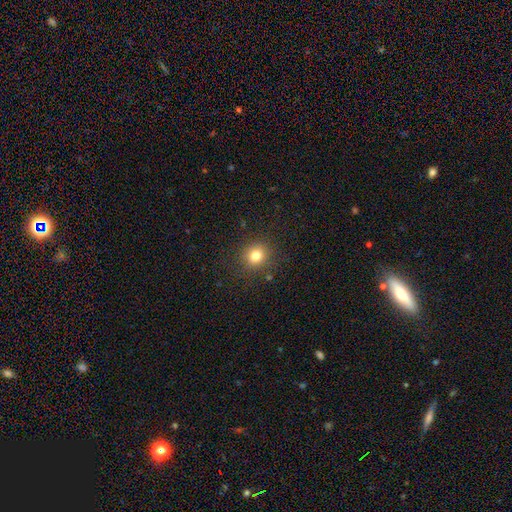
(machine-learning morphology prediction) smooth 79%, star or artifact 14%, featured or disk 7%. Down the decision tree: how rounded — round (86%); merging — none (88%).